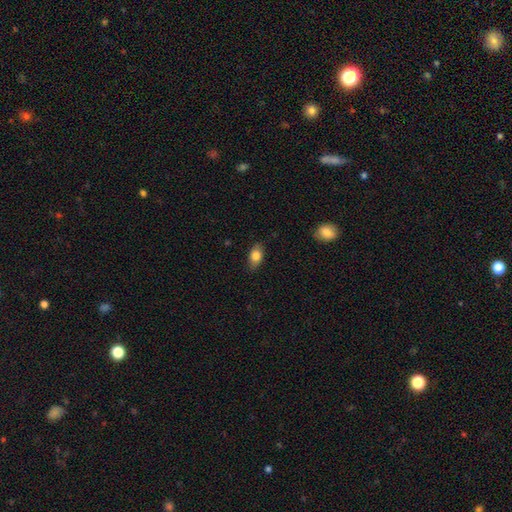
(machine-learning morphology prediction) Smooth or featured? smooth (81%)
How rounded? in between (87%)
Merging? none (83%)